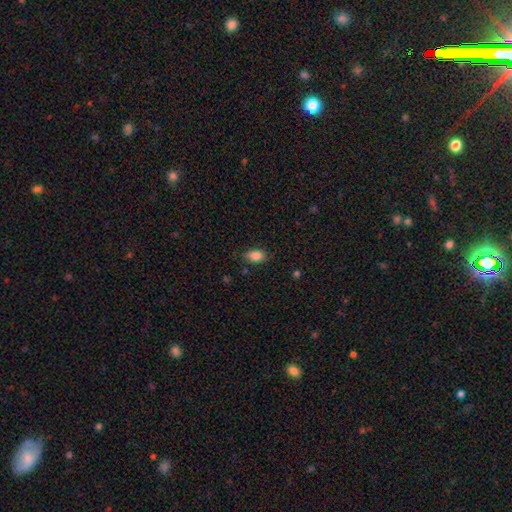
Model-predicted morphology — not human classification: The model was most divided on "merging": none: 82%, minor disturbance: 14%, major disturbance: 3%, merger: 1%. More confident: how rounded — in between (88%); smooth or featured — smooth (86%).